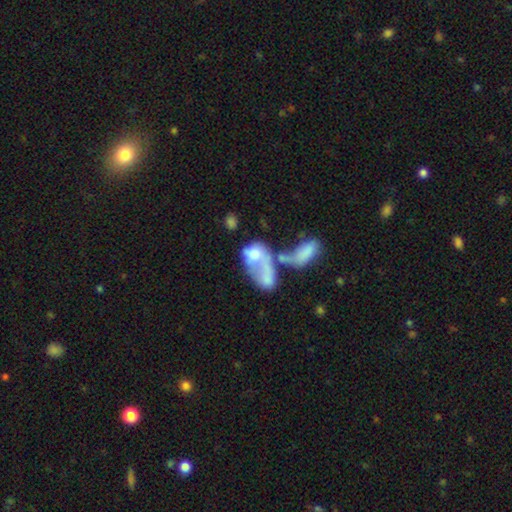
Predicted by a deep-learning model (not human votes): smooth-or-featured: smooth: 51% | featured or disk: 39% | star or artifact: 10%
  how-rounded: in between: 84% | round: 12% | cigar-shaped: 4%
  merging: merger: 57% | major disturbance: 25% | none: 10% | minor disturbance: 7%